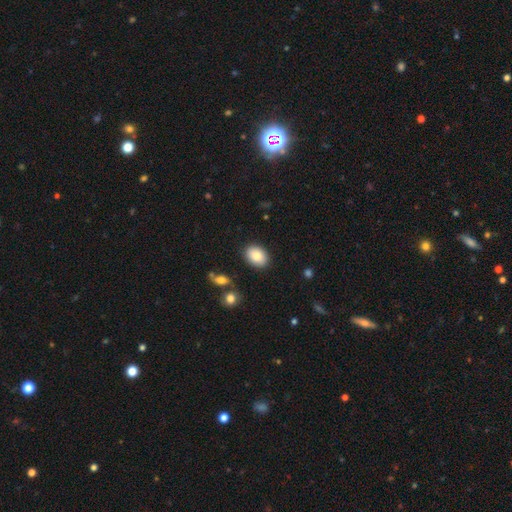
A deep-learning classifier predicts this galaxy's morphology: This is clearly a smooth galaxy (85%). How rounded: likely in between (77%). Merging: clearly none (88%).